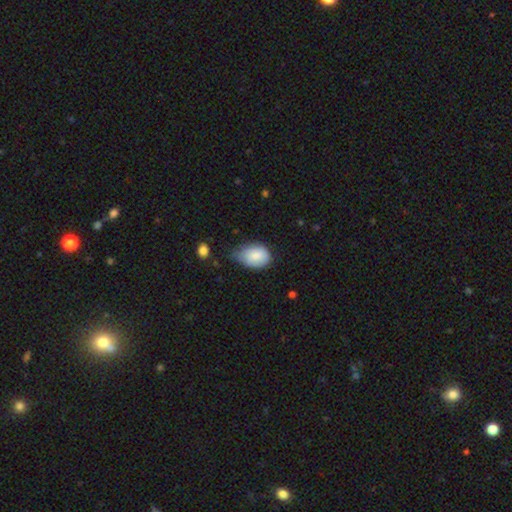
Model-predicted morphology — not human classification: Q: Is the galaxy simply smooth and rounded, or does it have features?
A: smooth — 83%.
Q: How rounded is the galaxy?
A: in between — 80%.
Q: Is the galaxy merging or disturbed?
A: minor disturbance — 50%.